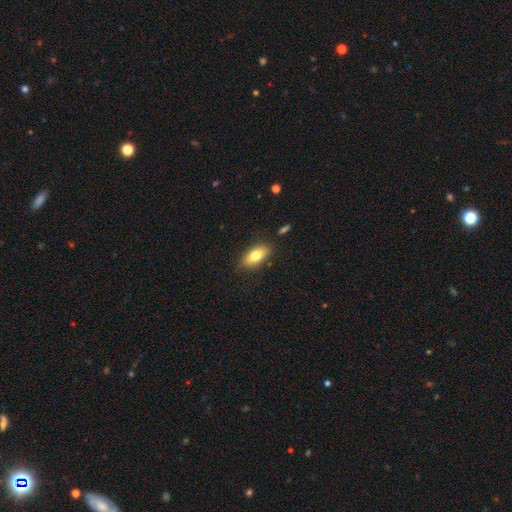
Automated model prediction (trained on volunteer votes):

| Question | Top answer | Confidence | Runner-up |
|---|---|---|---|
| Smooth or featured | smooth | 79% | featured or disk (14%) |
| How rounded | in between | 86% | cigar-shaped (10%) |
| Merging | none | 84% | minor disturbance (11%) |